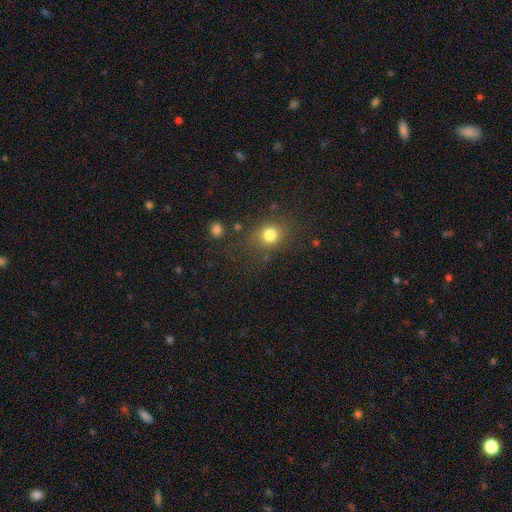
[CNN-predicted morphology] Smooth or featured? Predicted: smooth (p=0.55). How rounded? Predicted: round (p=0.82). Merging? Predicted: none (p=0.77).